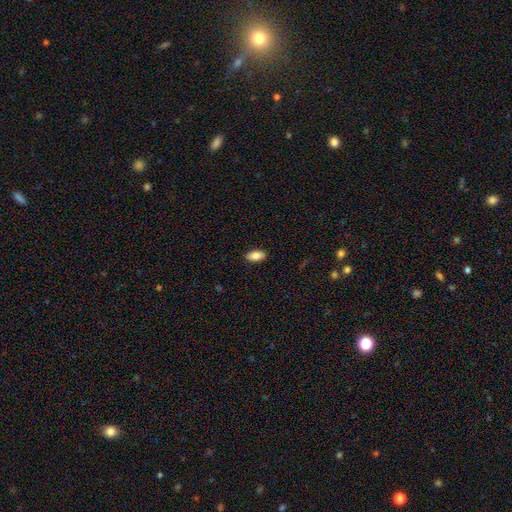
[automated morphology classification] smooth-or-featured: smooth: 87% | star or artifact: 7% | featured or disk: 5%
  how-rounded: in between: 92% | cigar-shaped: 5% | round: 3%
  merging: none: 88% | minor disturbance: 9% | major disturbance: 2% | merger: 1%